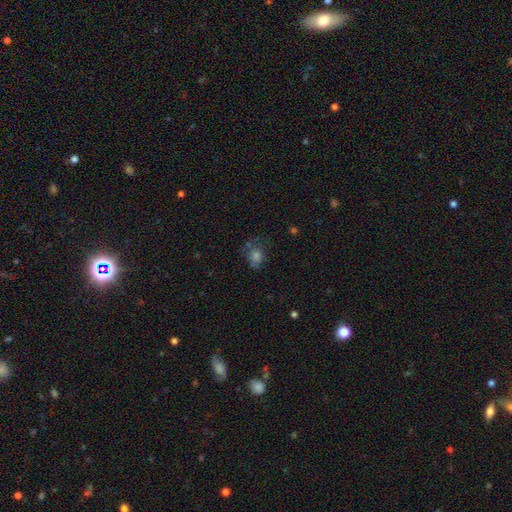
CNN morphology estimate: This appears to be a smooth galaxy with no disk features (54%) that is round (69%). Merging: none (57%).